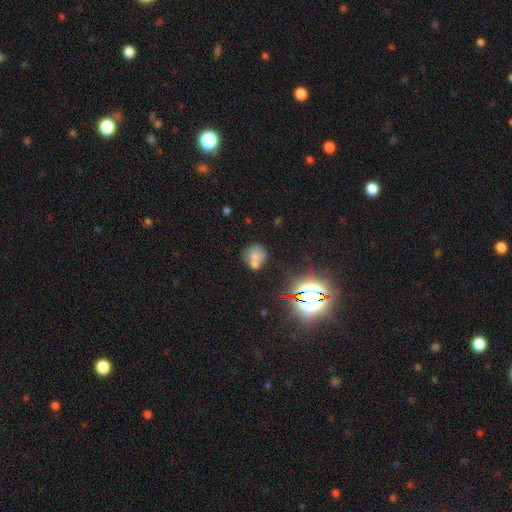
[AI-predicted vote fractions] Smooth or featured: smooth — 64% (star or artifact — 21%)
How rounded: round — 77% (in between — 22%)
Merging: none — 49% (merger — 30%)